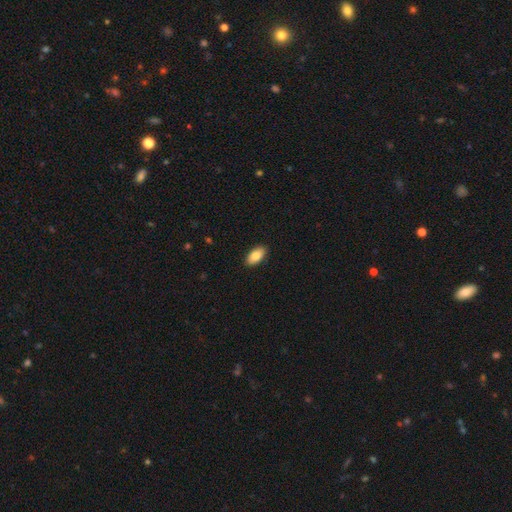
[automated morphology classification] This appears to be a smooth galaxy with no disk features (85%) that is in between round and cigar-shaped (92%). Merging: none (90%).